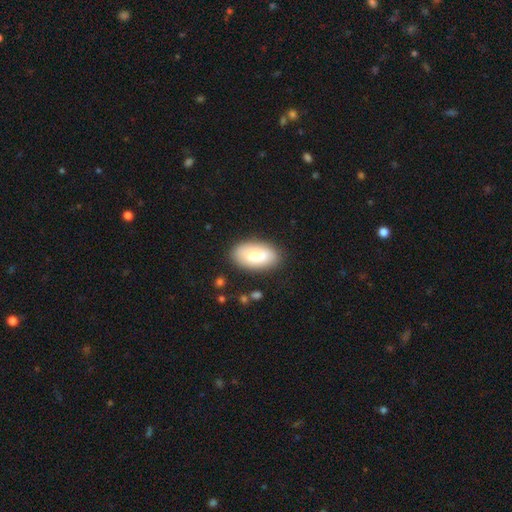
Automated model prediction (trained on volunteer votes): Smooth or featured? Predicted: smooth (p=0.82). How rounded? Predicted: in between (p=0.95). Merging? Predicted: none (p=0.83).